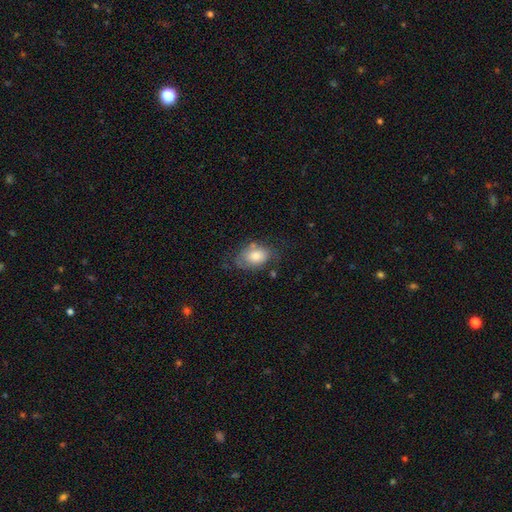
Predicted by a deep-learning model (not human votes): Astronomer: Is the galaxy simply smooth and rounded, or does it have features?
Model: smooth — 74%.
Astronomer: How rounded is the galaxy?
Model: in between — 87%.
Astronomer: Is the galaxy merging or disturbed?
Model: none — 58%.